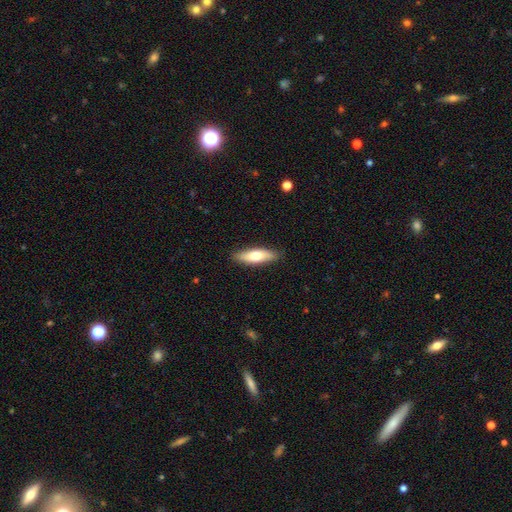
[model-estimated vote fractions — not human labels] A smooth galaxy with no disk features (68%) that is cigar-shaped (50%). Merging: none (88%).